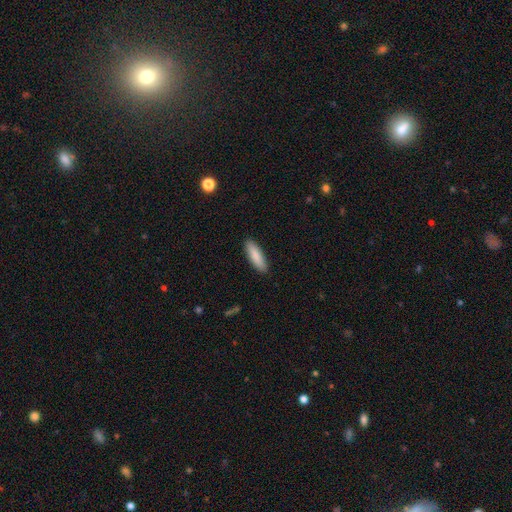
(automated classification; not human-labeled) Smooth or featured? Predicted: smooth (p=0.88). How rounded? Predicted: cigar-shaped (p=0.61). Merging? Predicted: none (p=0.90).